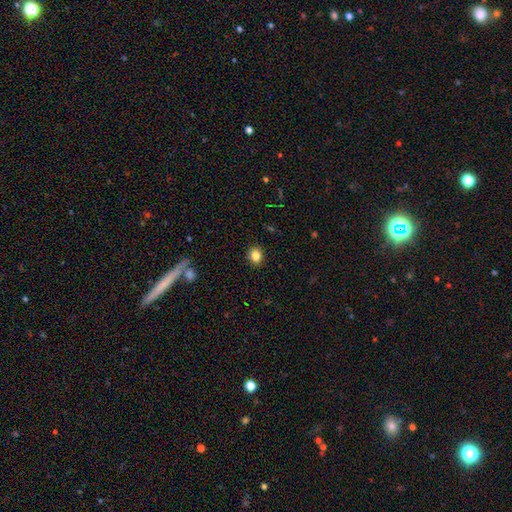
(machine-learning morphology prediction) This appears to be a smooth galaxy with no disk features (83%) that is round (64%). Merging: none (90%).